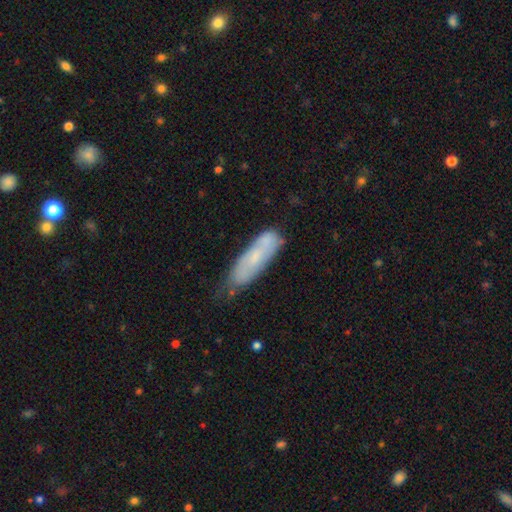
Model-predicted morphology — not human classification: Q: Smooth or featured?
A: smooth (59%); runner-up: featured or disk (33%)
Q: How rounded?
A: cigar-shaped (54%); runner-up: in between (44%)
Q: Merging?
A: none (55%); runner-up: minor disturbance (31%)